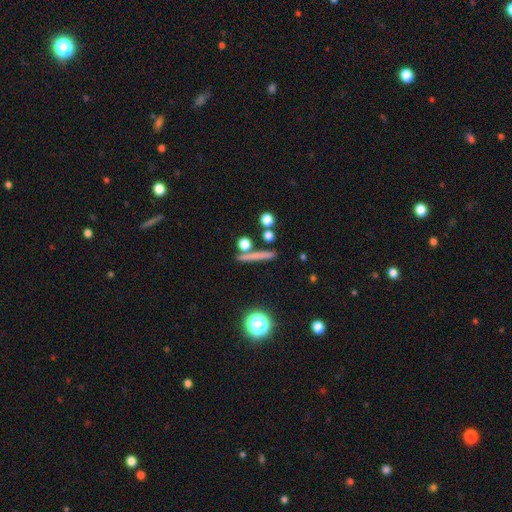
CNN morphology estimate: Q: Smooth or featured?
A: smooth (59%); runner-up: featured or disk (29%)
Q: How rounded?
A: cigar-shaped (80%); runner-up: round (12%)
Q: Merging?
A: none (81%); runner-up: minor disturbance (9%)